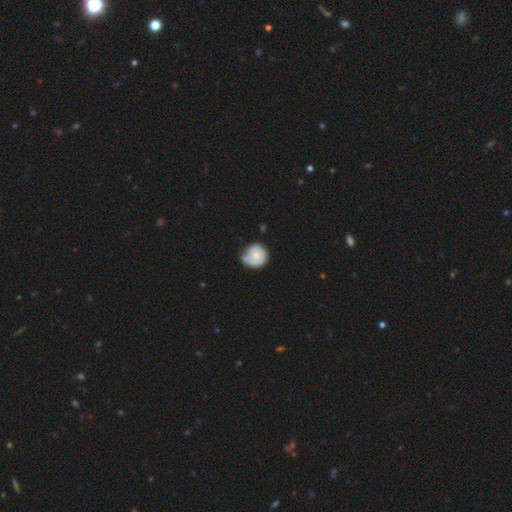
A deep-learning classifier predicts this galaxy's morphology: Smooth or featured? smooth (59%)
How rounded? round (85%)
Merging? none (50%)